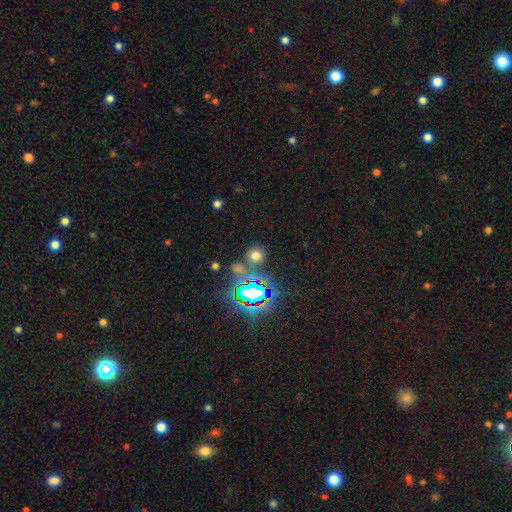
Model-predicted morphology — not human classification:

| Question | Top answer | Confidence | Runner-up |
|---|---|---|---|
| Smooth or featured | smooth | 57% | star or artifact (36%) |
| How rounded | round | 79% | in between (20%) |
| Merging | none | 77% | merger (10%) |